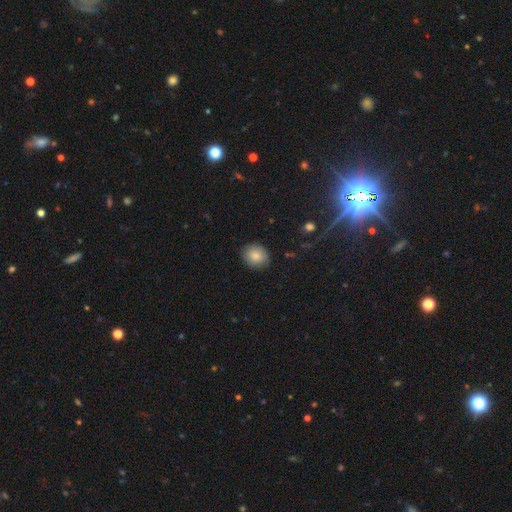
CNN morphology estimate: smooth-or-featured: smooth: 85% | star or artifact: 8% | featured or disk: 7%
  how-rounded: round: 69% | in between: 30% | cigar-shaped: 1%
  merging: none: 87% | minor disturbance: 10% | major disturbance: 2% | merger: 1%